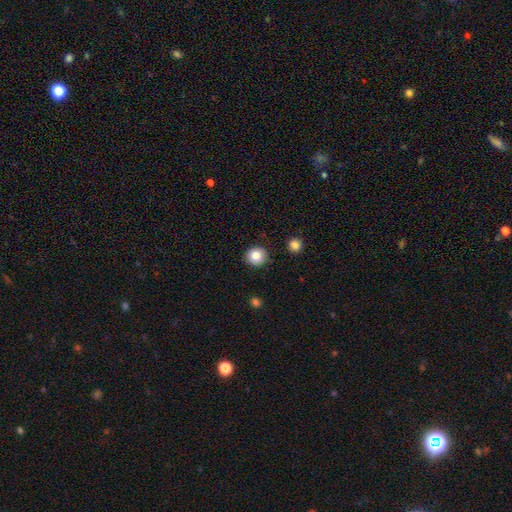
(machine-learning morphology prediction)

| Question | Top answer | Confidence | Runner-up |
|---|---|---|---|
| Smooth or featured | smooth | 85% | star or artifact (9%) |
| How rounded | round | 86% | in between (13%) |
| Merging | none | 88% | minor disturbance (8%) |